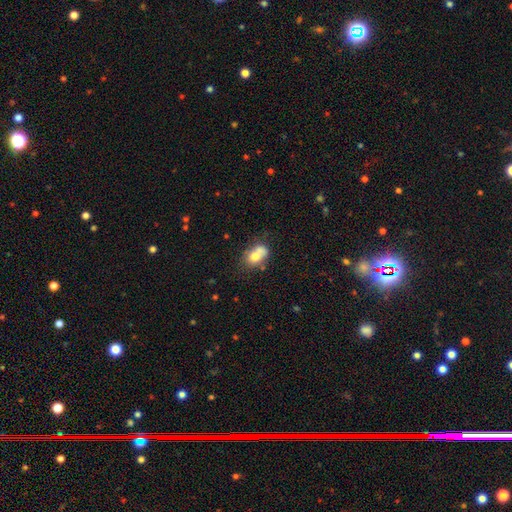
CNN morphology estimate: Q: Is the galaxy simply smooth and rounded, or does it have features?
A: smooth — 69%.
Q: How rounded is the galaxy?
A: in between — 62%.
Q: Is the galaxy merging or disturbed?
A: merger — 42%.